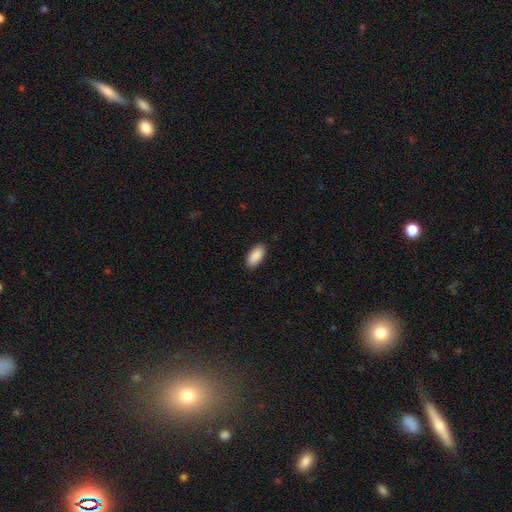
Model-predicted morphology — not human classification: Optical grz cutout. It shows a smooth galaxy with no disk features (91%) that is in between round and cigar-shaped (93%). Merging: none (90%).